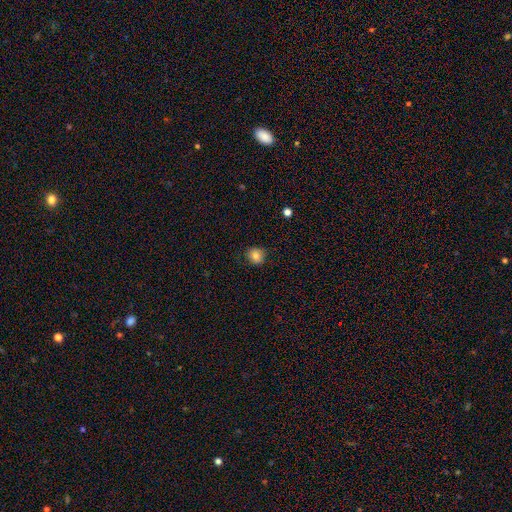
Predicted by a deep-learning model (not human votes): Overall: smooth (81%). How rounded: round (85%). Merging: none (85%).